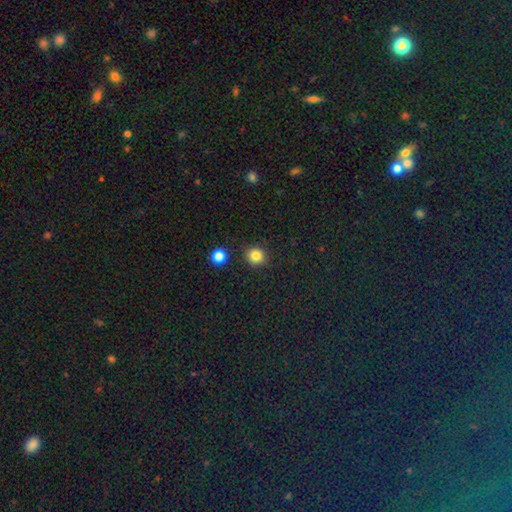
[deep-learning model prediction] Overall: smooth (83%). How rounded: round (88%). Merging: none (88%).